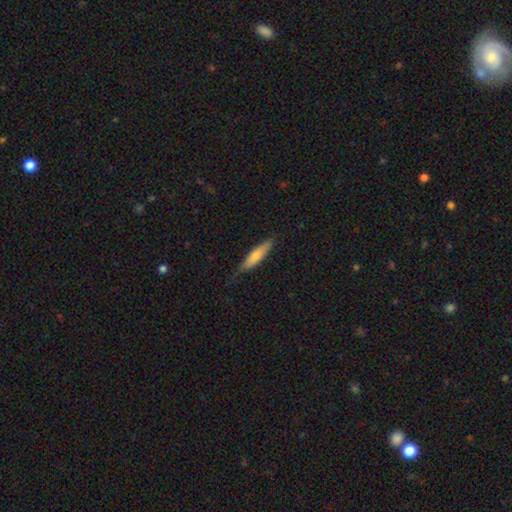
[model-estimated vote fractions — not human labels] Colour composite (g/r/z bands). It shows a smooth galaxy with no disk features (63%) that is cigar-shaped (79%). Merging: none (77%).